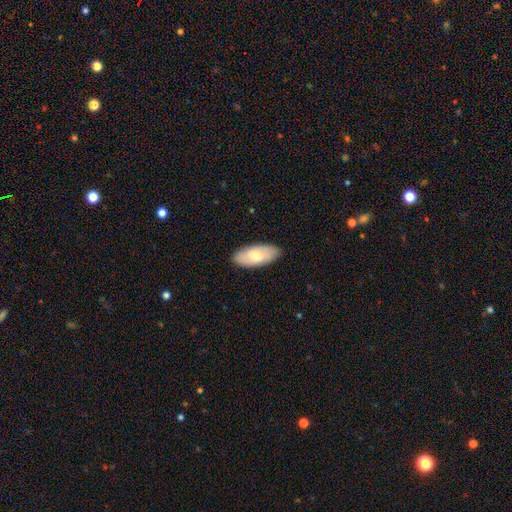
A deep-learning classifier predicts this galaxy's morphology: Q: Smooth or featured?
A: smooth (71%); runner-up: featured or disk (23%)
Q: How rounded?
A: in between (87%); runner-up: cigar-shaped (10%)
Q: Merging?
A: none (88%); runner-up: minor disturbance (9%)